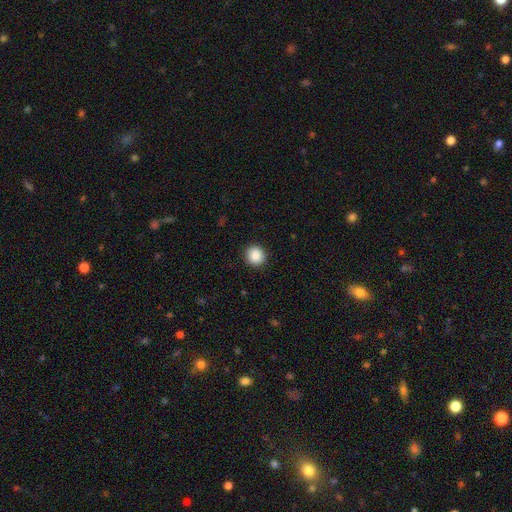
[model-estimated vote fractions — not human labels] This appears to be a smooth galaxy with no disk features (88%) that is round (91%). Merging: none (91%).